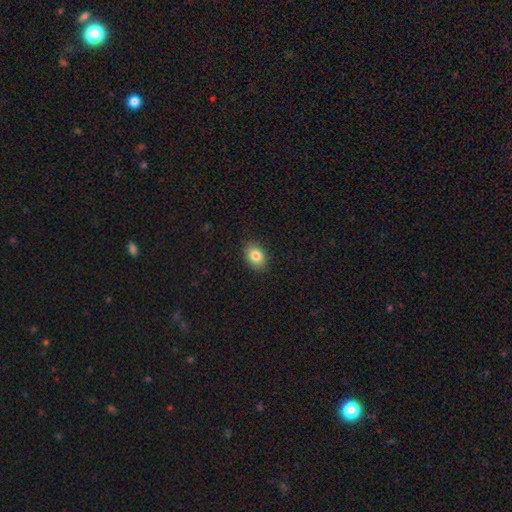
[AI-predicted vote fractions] Morphology: type=smooth (83%); roundness=in between (80%); merging=none (88%).